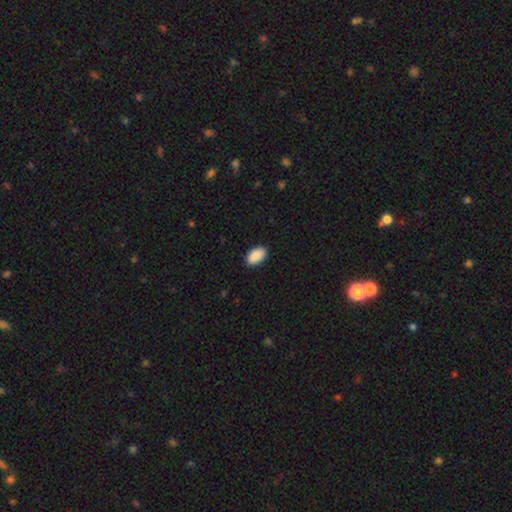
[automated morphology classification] Overall: smooth (91%). How rounded: in between (95%). Merging: none (89%).